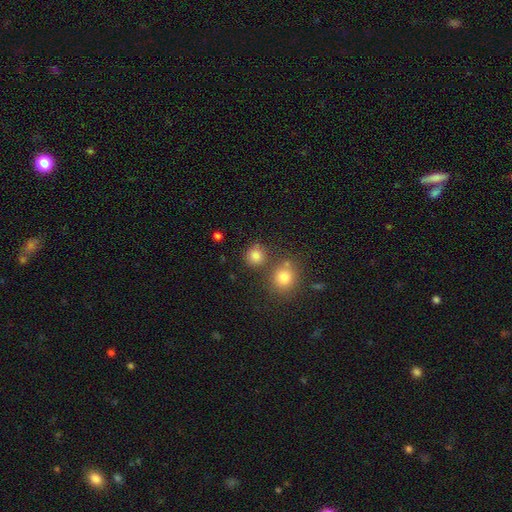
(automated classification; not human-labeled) The model was most divided on "merging": none: 73%, merger: 15%, minor disturbance: 9%, major disturbance: 4%. More confident: how rounded — round (88%); smooth or featured — smooth (80%).